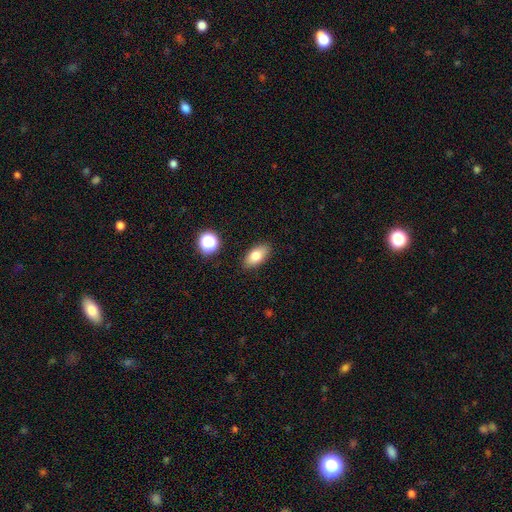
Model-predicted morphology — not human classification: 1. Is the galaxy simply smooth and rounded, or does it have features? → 78% smooth, 13% featured or disk, 9% star or artifact.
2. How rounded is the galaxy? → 88% in between, 6% cigar-shaped, 6% round.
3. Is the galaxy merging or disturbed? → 88% none, 9% minor disturbance, 2% major disturbance, 2% merger.